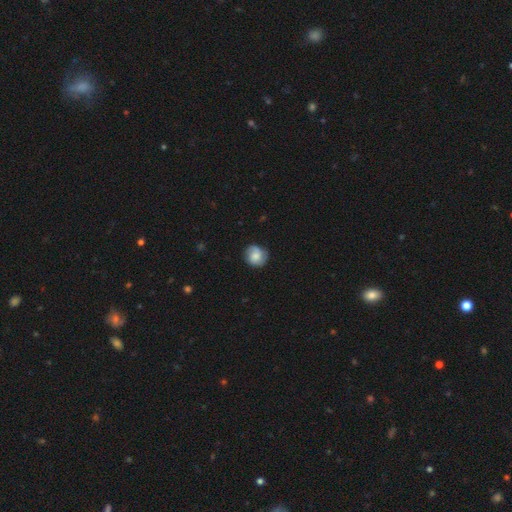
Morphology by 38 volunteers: Smooth or featured: smooth — 76% (featured or disk — 21%)
How rounded: round — 79% (in between — 21%)
Merging: none — 89% (minor disturbance — 8%)